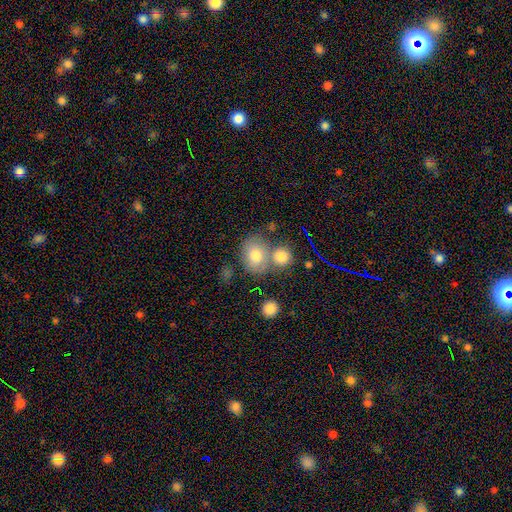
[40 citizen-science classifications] A smooth galaxy with no disk features (85%) that is round (59%). Merging: none (51%).